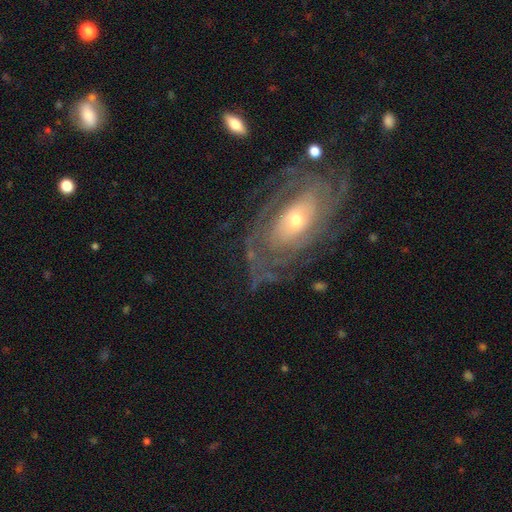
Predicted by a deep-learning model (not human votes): This appears to be a featured or disk galaxy (85%) with no bar (70%), tight (69%) spiral arms (92%) and a small central bulge (48%). Merging: none (73%).